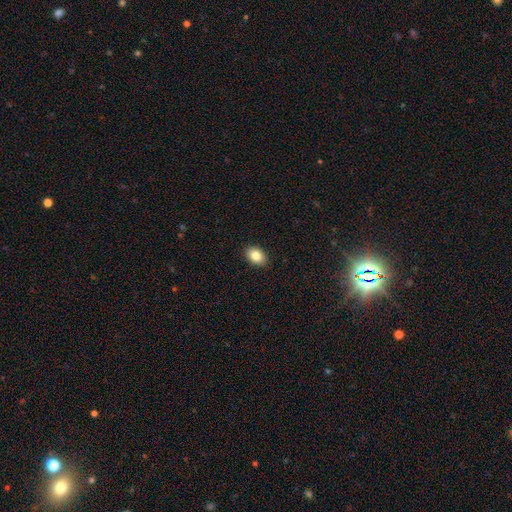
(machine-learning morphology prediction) Smooth or featured?
  - smooth: 85% *
  - star or artifact: 8%
  - featured or disk: 7%
How rounded?
  - in between: 82% *
  - round: 17%
  - cigar-shaped: 1%
Merging?
  - none: 91% *
  - minor disturbance: 7%
  - major disturbance: 2%
  - merger: 1%